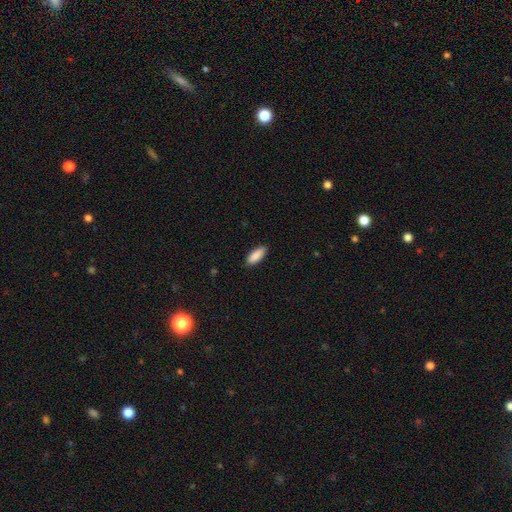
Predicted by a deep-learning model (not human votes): Smooth or featured? Predicted: smooth (p=0.89). How rounded? Predicted: in between (p=0.74). Merging? Predicted: none (p=0.87).